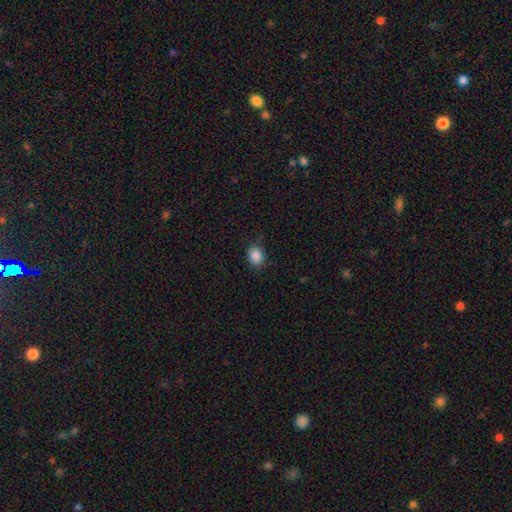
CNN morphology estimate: Smooth or featured: smooth — 87% (star or artifact — 9%)
How rounded: round — 52% (in between — 47%)
Merging: none — 83% (minor disturbance — 13%)